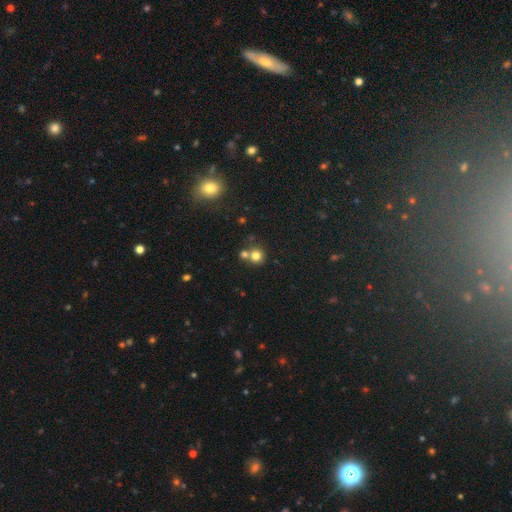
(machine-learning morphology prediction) smooth 77%, star or artifact 13%, featured or disk 10%. Down the decision tree: how rounded — round (88%); merging — none (54%).